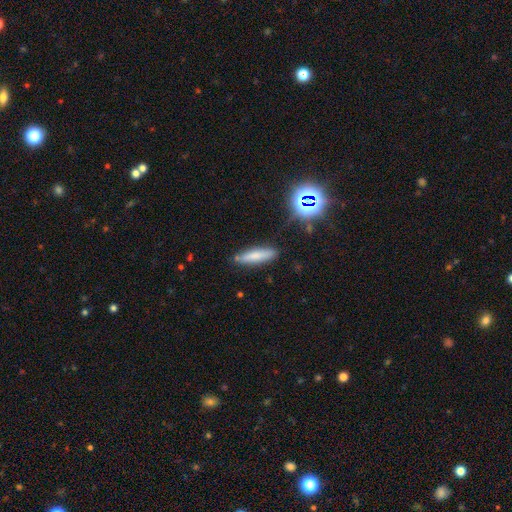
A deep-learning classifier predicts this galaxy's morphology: A smooth galaxy with no disk features (71%) that is cigar-shaped (78%). Merging: none (83%).